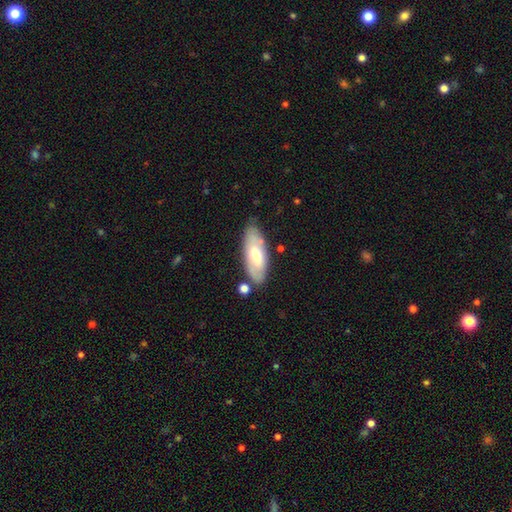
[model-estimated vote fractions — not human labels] Smooth or featured: smooth — 48% (featured or disk — 46%)
Merging: none — 75% (minor disturbance — 17%)